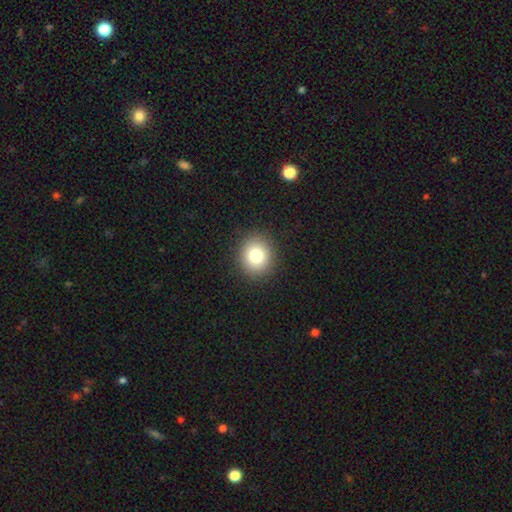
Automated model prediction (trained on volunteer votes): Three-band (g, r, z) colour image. It shows a smooth galaxy with no disk features (83%) that is round (78%). Merging: none (90%).